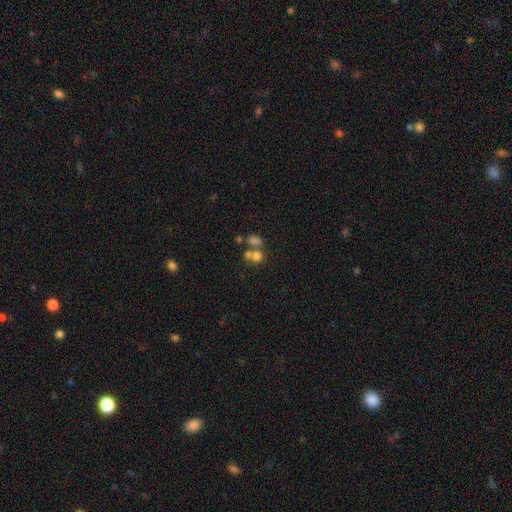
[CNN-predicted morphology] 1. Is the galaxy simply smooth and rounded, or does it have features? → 68% smooth, 16% featured or disk, 15% star or artifact.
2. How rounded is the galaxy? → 71% round, 28% in between, 1% cigar-shaped.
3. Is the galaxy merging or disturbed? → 49% merger, 38% none, 8% minor disturbance, 6% major disturbance.